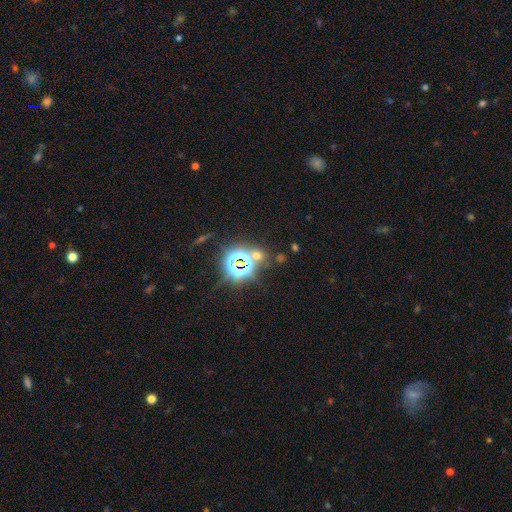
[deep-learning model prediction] Smooth or featured? star or artifact (58%)